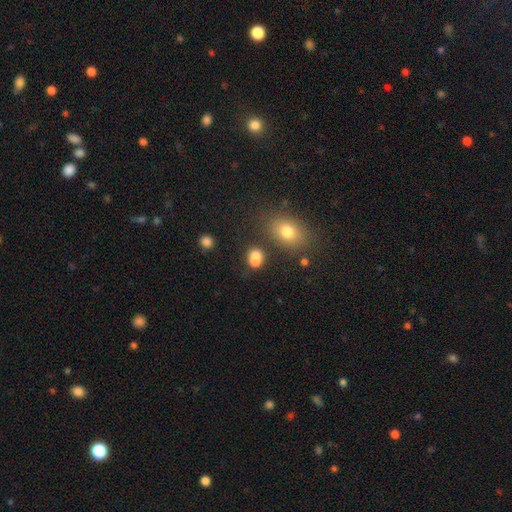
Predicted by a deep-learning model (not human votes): Q: Smooth or featured?
A: smooth (75%); runner-up: star or artifact (14%)
Q: How rounded?
A: round (52%); runner-up: in between (46%)
Q: Merging?
A: merger (42%); runner-up: none (41%)